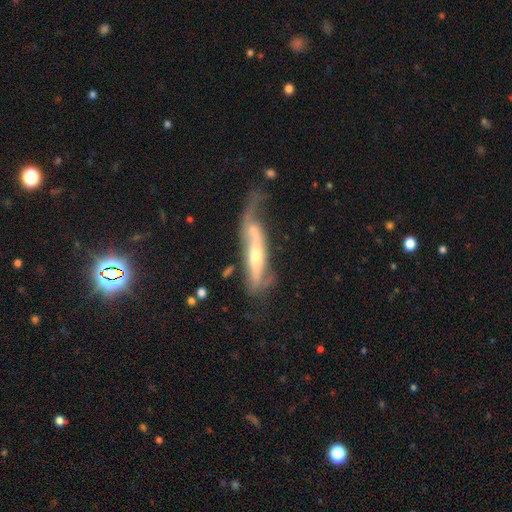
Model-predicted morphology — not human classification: smooth_or_featured: featured or disk (p=0.70) [alt: smooth p=0.23]
disk_edge_on: yes (p=0.54) [alt: no p=0.46]
merging: major disturbance (p=0.34) [alt: none p=0.30]